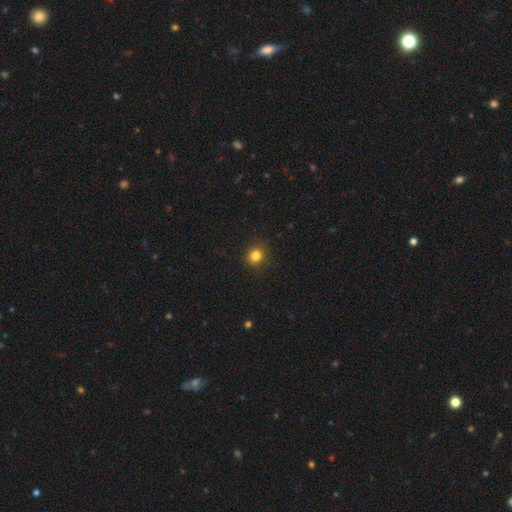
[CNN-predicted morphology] This appears to be a smooth galaxy with no disk features (83%) that is round (91%). Merging: none (91%).